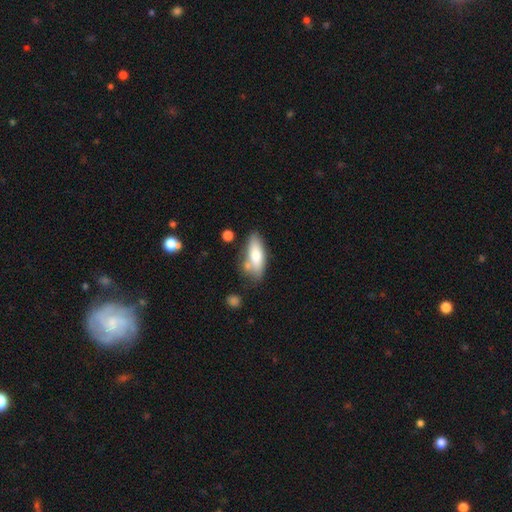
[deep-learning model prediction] Q: Smooth or featured?
A: smooth (71%); runner-up: featured or disk (22%)
Q: How rounded?
A: in between (67%); runner-up: cigar-shaped (30%)
Q: Merging?
A: none (57%); runner-up: minor disturbance (23%)